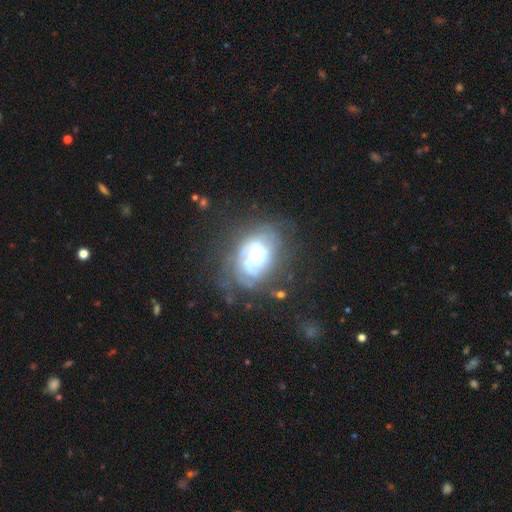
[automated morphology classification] The model was most divided on "spiral arm count": can't tell: 41%, 2: 26%, 3: 16%, 4: 7%, 1: 6%, more than 4: 5%. More confident: edge-on disk — no (97%); spiral arms — yes (90%); smooth or featured — featured or disk (78%); bar — no (67%); spiral winding — tight (59%); merging — none (57%); bulge size — moderate (52%).